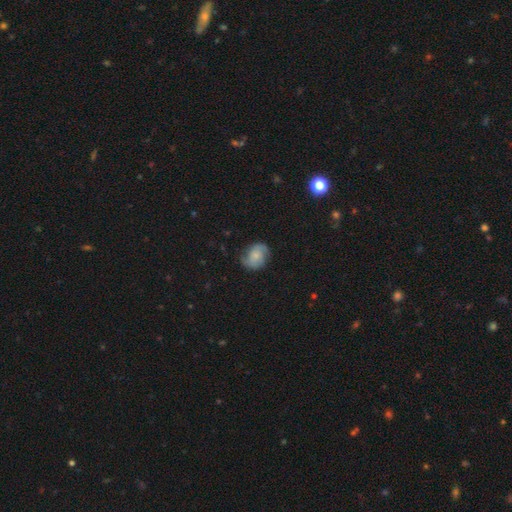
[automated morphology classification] smooth_or_featured: featured or disk (p=0.50) [alt: smooth p=0.42]
merging: none (p=0.69) [alt: minor disturbance p=0.22]